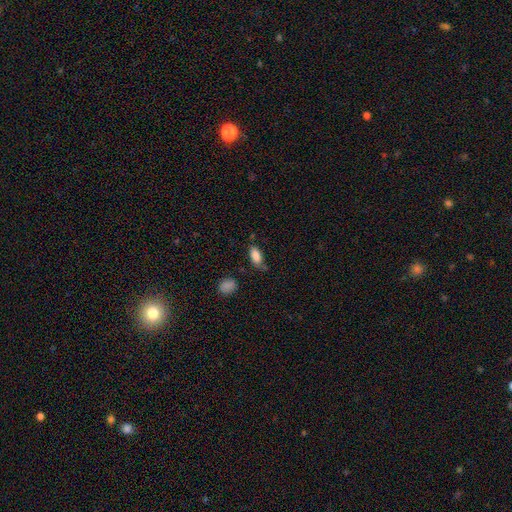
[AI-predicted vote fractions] smooth 86%, star or artifact 8%, featured or disk 7%. Down the decision tree: how rounded — in between (88%); merging — none (70%).